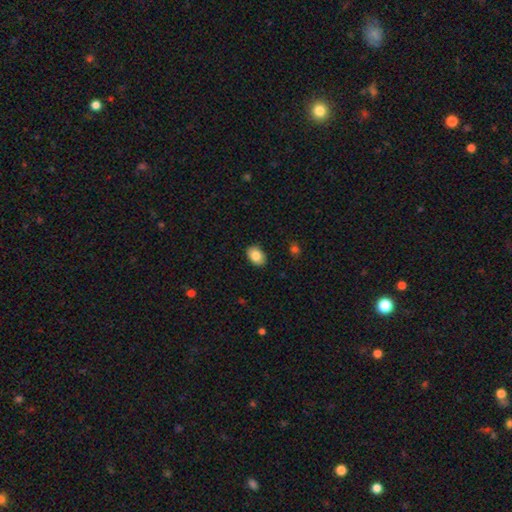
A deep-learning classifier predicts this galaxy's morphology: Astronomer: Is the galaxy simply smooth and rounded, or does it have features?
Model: smooth — 84%.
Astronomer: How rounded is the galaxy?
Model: in between — 83%.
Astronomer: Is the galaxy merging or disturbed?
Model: none — 87%.